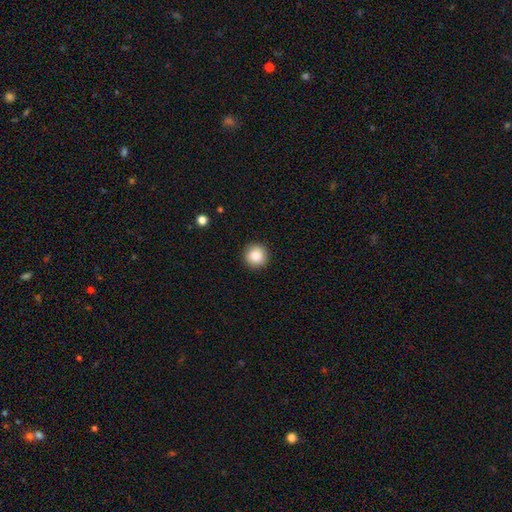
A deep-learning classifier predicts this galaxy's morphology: smooth_or_featured: smooth (p=0.87) [alt: star or artifact p=0.09]
how_rounded: round (p=0.95) [alt: in between p=0.04]
merging: none (p=0.91) [alt: minor disturbance p=0.06]